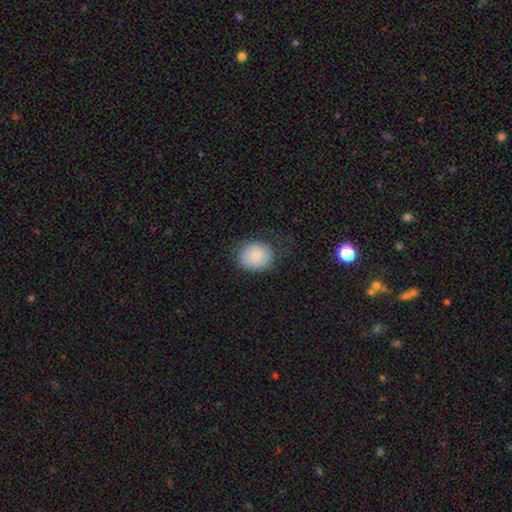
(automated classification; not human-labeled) A smooth galaxy with no disk features (82%) that is round (68%). Merging: none (72%).